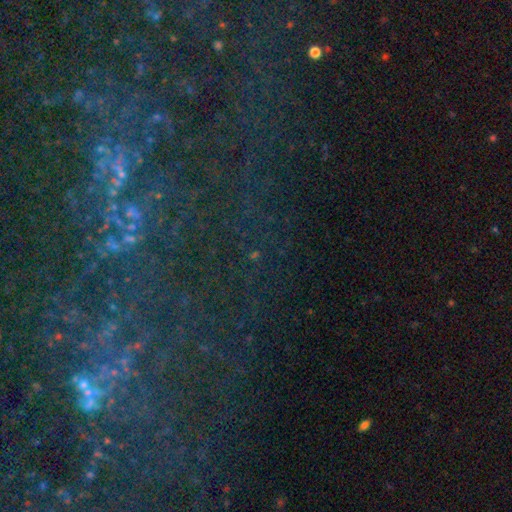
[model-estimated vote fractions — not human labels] Morphology: type=star or artifact (72%).